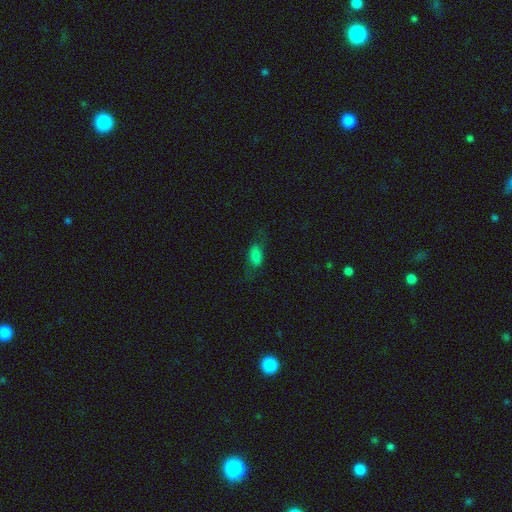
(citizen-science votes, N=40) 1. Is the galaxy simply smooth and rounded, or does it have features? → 68% smooth, 22% featured or disk, 10% star or artifact.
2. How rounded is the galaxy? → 85% in between, 11% cigar-shaped, 4% round.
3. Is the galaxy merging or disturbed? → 50% none, 25% minor disturbance, 25% major disturbance, 0% merger.